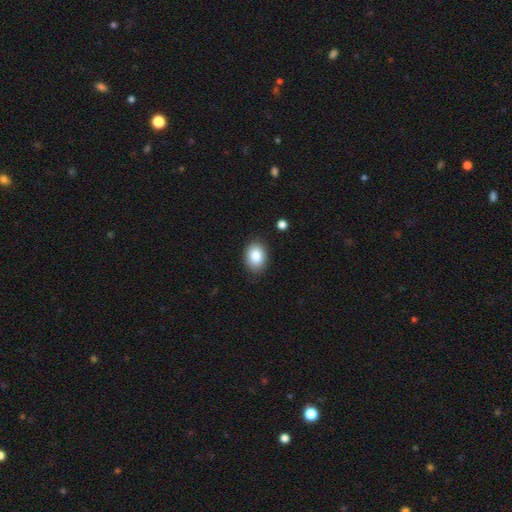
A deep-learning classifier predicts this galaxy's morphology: A smooth galaxy with no disk features (86%) that is in between round and cigar-shaped (70%).

Vote fractions:
- Smooth or featured? smooth: 86% / star or artifact: 8% / featured or disk: 6%
- How rounded? in between: 70% / round: 29% / cigar-shaped: 1%
- Merging? none: 85% / minor disturbance: 11% / major disturbance: 2% / merger: 2%